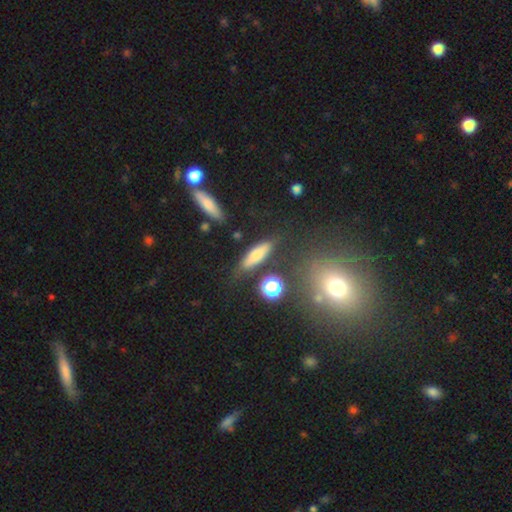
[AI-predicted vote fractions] smooth_or_featured: smooth (p=0.69) [alt: featured or disk p=0.20]
how_rounded: cigar-shaped (p=0.60) [alt: in between p=0.35]
merging: none (p=0.71) [alt: minor disturbance p=0.18]